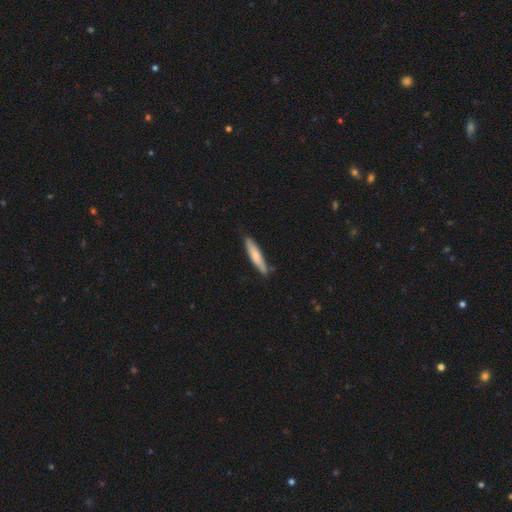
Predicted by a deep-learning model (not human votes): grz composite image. It shows a smooth galaxy with no disk features (73%) that is cigar-shaped (86%). Merging: none (80%).